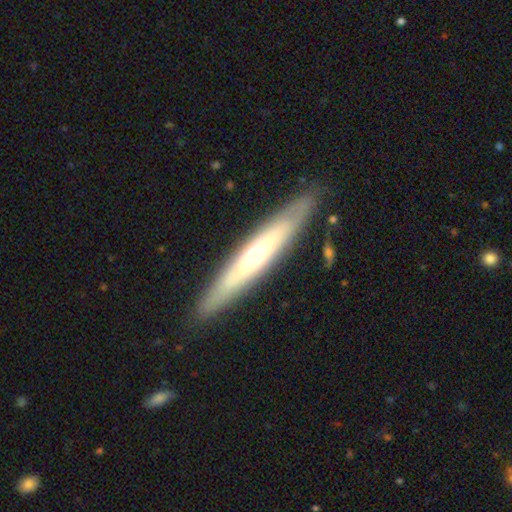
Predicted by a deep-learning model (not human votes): This appears to be a featured or disk galaxy (54%) viewed edge-on (81%). Merging: none (88%).